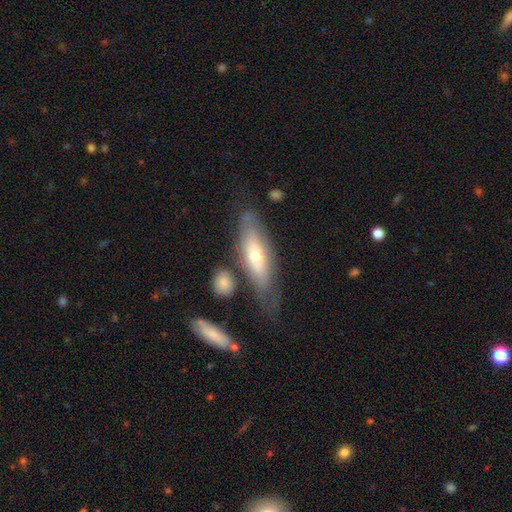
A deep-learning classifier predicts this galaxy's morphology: Smooth or featured? Predicted: featured or disk (p=0.48). Merging? Predicted: none (p=0.64).